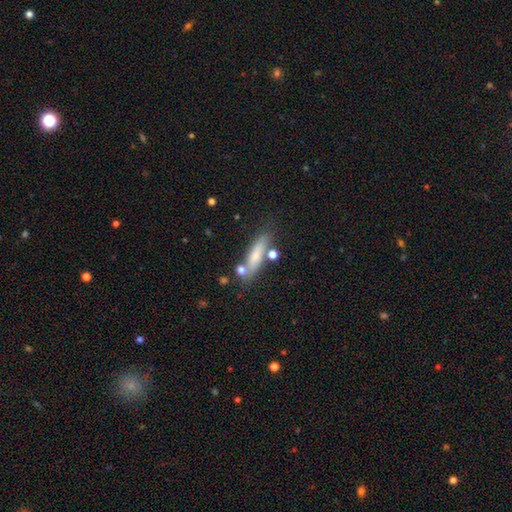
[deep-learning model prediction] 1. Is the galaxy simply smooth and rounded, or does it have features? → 66% smooth, 25% featured or disk, 9% star or artifact.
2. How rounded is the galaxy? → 70% cigar-shaped, 27% in between, 3% round.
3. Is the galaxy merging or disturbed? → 68% none, 16% minor disturbance, 11% merger, 5% major disturbance.